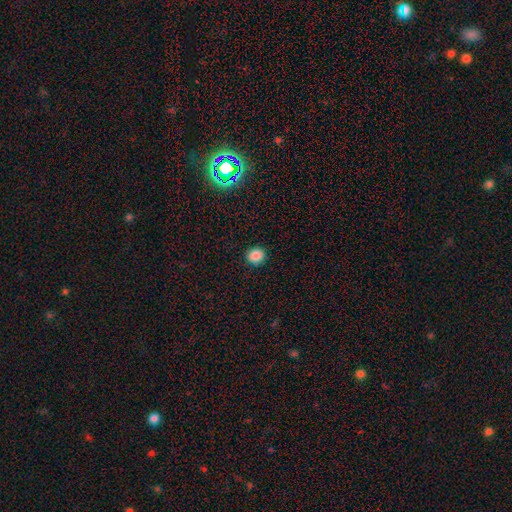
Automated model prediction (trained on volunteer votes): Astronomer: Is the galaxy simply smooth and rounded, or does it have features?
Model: smooth — 86%.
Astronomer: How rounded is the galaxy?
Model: round — 85%.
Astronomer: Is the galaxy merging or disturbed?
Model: none — 92%.